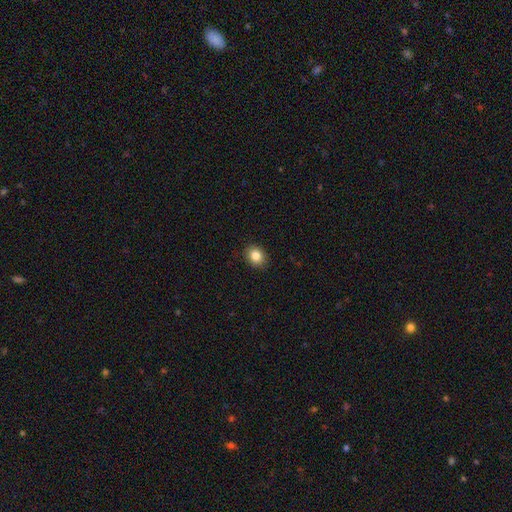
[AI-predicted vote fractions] This is clearly a smooth galaxy (85%). How rounded: likely round (62%). Merging: clearly none (90%).